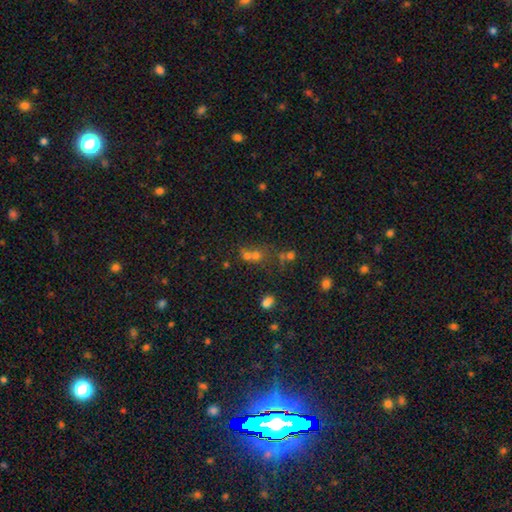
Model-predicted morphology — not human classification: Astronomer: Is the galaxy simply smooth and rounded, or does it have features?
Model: smooth — 52% (runner-up: star or artifact, 33%).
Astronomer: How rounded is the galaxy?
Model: round — 74%.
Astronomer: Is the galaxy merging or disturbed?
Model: merger — 48% (runner-up: none, 38%).